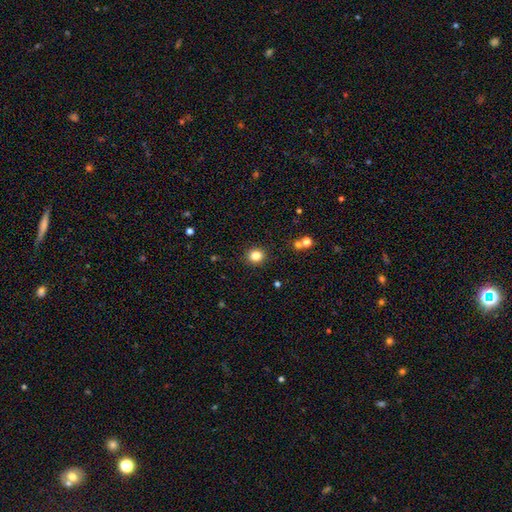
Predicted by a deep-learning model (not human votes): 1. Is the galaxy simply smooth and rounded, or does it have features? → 83% smooth, 12% star or artifact, 5% featured or disk.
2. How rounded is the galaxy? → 82% round, 17% in between, 1% cigar-shaped.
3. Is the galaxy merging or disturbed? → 90% none, 6% minor disturbance, 2% major disturbance, 2% merger.